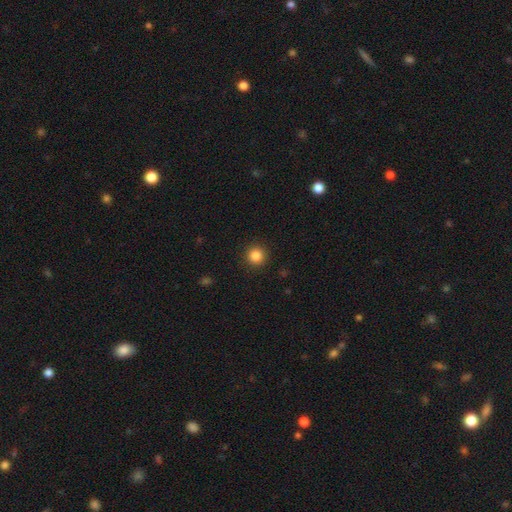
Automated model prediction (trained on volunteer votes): The model was most divided on "smooth or featured": smooth: 85%, star or artifact: 11%, featured or disk: 4%. More confident: how rounded — round (95%); merging — none (92%).